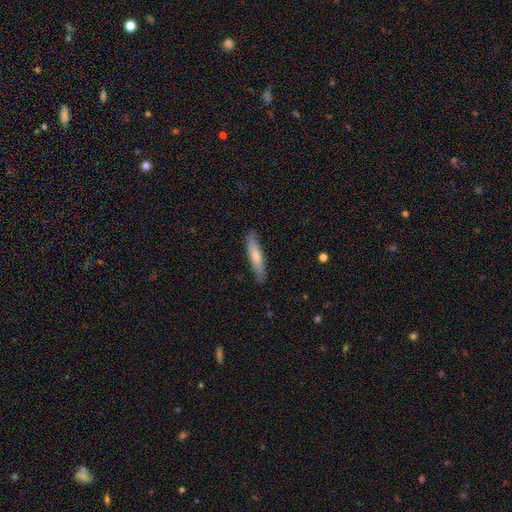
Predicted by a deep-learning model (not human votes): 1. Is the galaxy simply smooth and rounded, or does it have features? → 68% smooth, 26% featured or disk, 5% star or artifact.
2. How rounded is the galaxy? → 82% cigar-shaped, 17% in between, 1% round.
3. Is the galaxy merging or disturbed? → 83% none, 13% minor disturbance, 2% major disturbance, 1% merger.